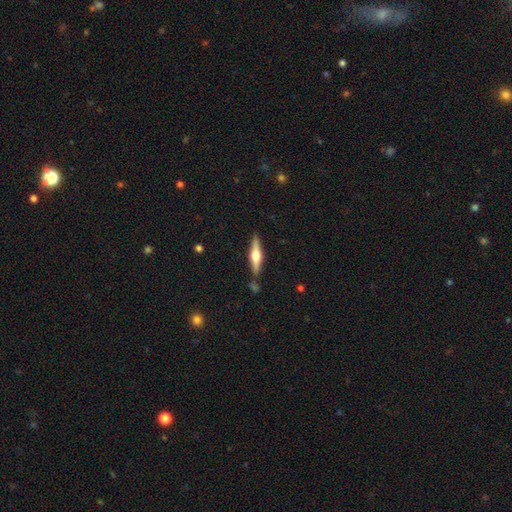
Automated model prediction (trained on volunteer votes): Smooth or featured? Predicted: featured or disk (p=0.63). Edge-on disk? Predicted: yes (p=0.96). Edge-on bulge? Predicted: rounded (p=0.92). Merging? Predicted: none (p=0.83).